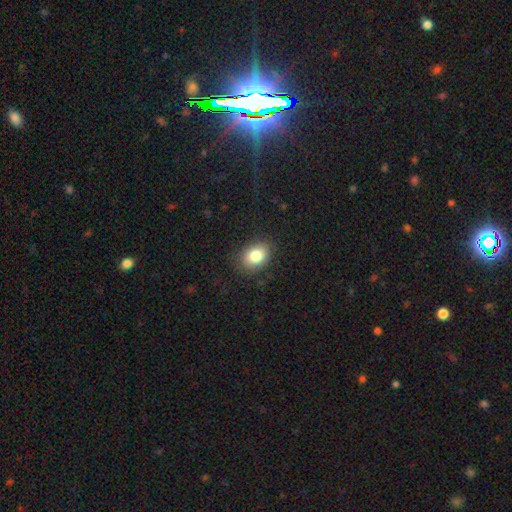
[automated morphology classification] A smooth galaxy with no disk features (83%) that is in between round and cigar-shaped (72%). Merging: none (84%).